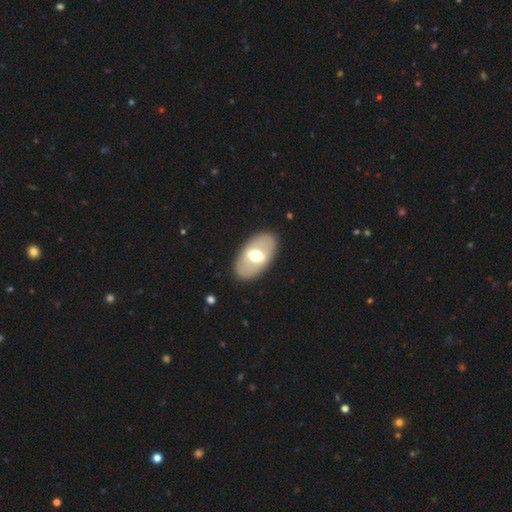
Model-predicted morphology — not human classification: A featured or disk galaxy (52%).

Vote fractions:
- Smooth or featured? featured or disk: 52% / smooth: 42% / star or artifact: 6%
- Edge-on disk? no: 85% / yes: 15%
- Merging? none: 86% / minor disturbance: 9% / major disturbance: 4% / merger: 1%